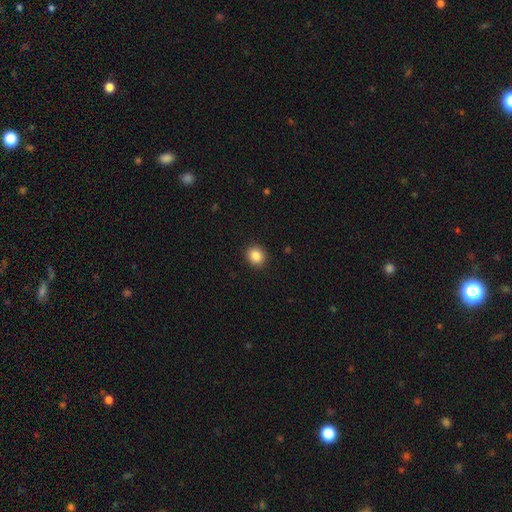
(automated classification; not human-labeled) A smooth galaxy with no disk features (87%) that is round (70%).

Vote fractions:
- Smooth or featured? smooth: 87% / star or artifact: 9% / featured or disk: 4%
- How rounded? round: 70% / in between: 30% / cigar-shaped: 1%
- Merging? none: 91% / minor disturbance: 6% / major disturbance: 2% / merger: 1%